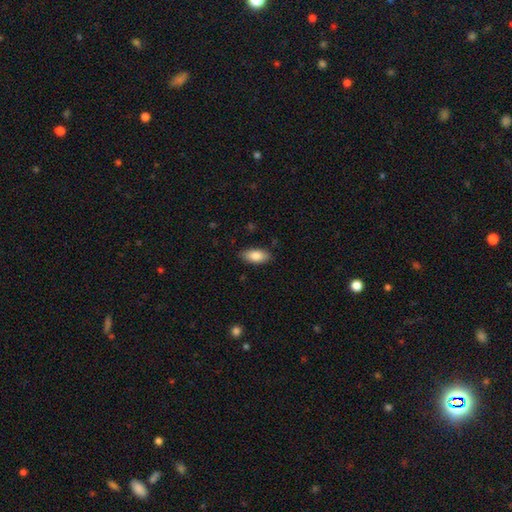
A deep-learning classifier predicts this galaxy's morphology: This is clearly a smooth galaxy (85%). How rounded: clearly in between (90%). Merging: clearly none (86%).